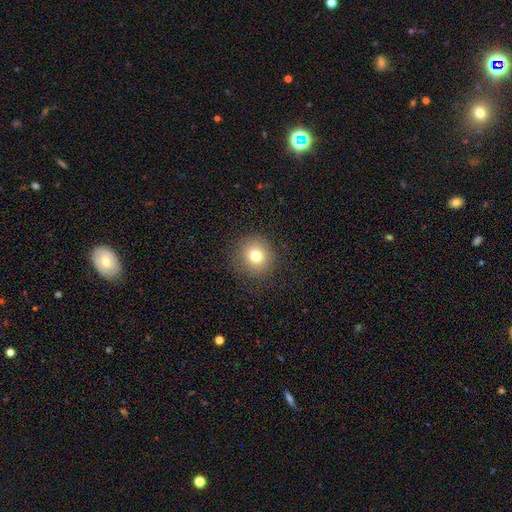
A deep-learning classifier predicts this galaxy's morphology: The model was most divided on "smooth or featured": smooth: 77%, star or artifact: 13%, featured or disk: 10%. More confident: how rounded — round (90%); merging — none (88%).